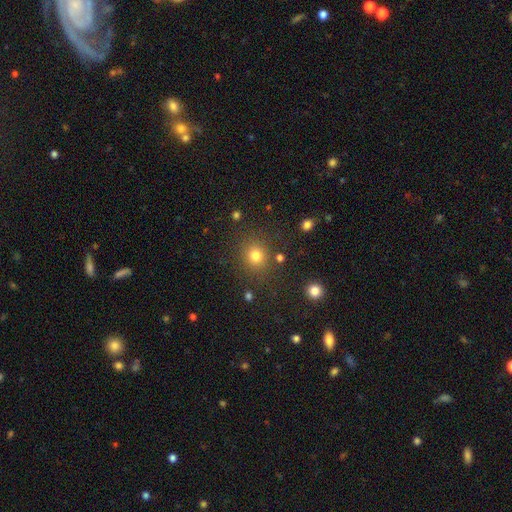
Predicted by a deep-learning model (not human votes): smooth 79%, star or artifact 15%, featured or disk 6%. Down the decision tree: how rounded — round (87%); merging — none (83%).